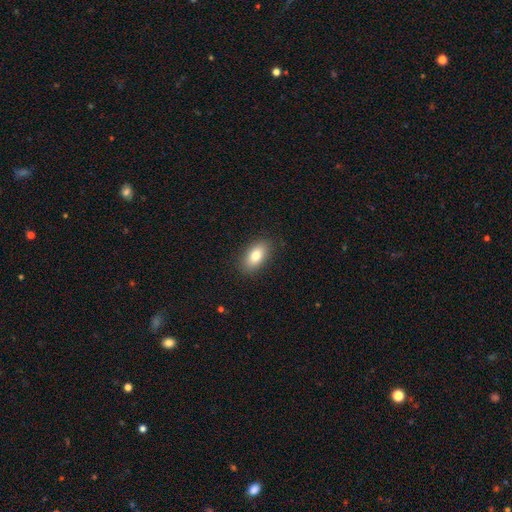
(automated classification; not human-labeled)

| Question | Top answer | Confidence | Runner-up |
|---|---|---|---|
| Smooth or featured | smooth | 80% | featured or disk (12%) |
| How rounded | in between | 90% | round (6%) |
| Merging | none | 88% | minor disturbance (9%) |